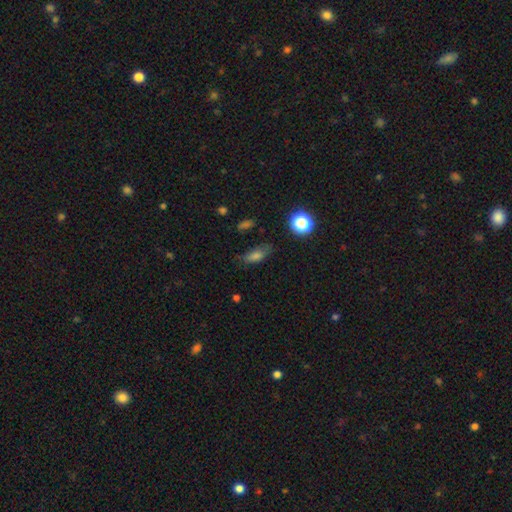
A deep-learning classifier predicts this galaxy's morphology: This is likely a smooth galaxy (71%). How rounded: likely in between (72%). Merging: likely none (63%).